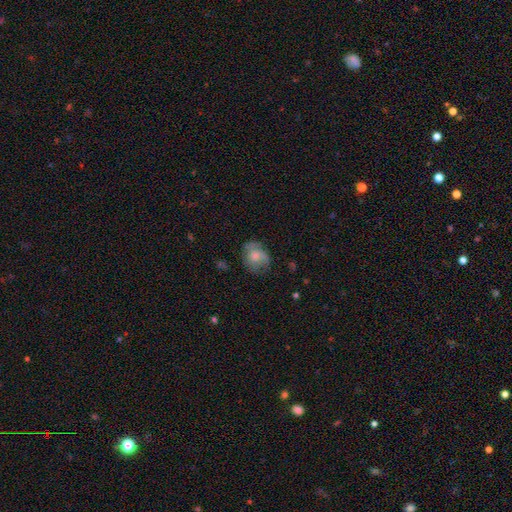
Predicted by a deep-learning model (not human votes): A smooth galaxy with no disk features (58%) that is round (58%). Merging: none (56%).